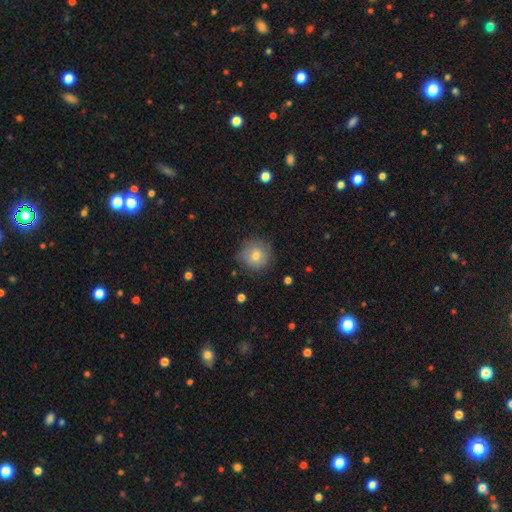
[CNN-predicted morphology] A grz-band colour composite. It shows a smooth galaxy with no disk features (77%) that is round (93%). Merging: none (83%).